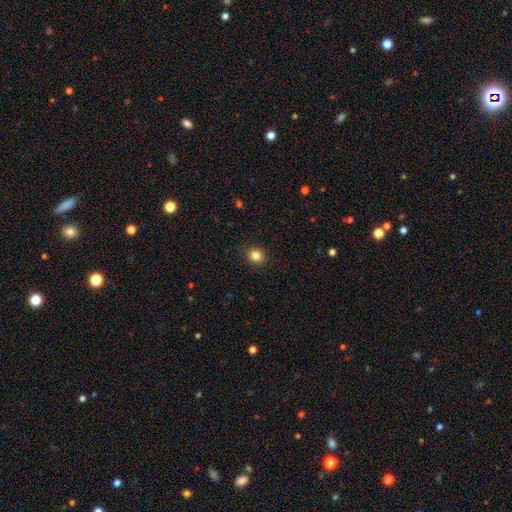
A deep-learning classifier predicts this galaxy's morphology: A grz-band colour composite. It shows a smooth galaxy with no disk features (83%) that is round (80%). Merging: none (89%).